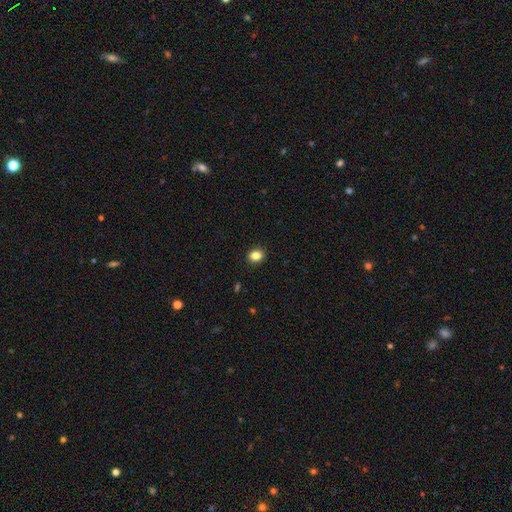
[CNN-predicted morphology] Smooth or featured? smooth (84%)
How rounded? round (55%)
Merging? none (91%)